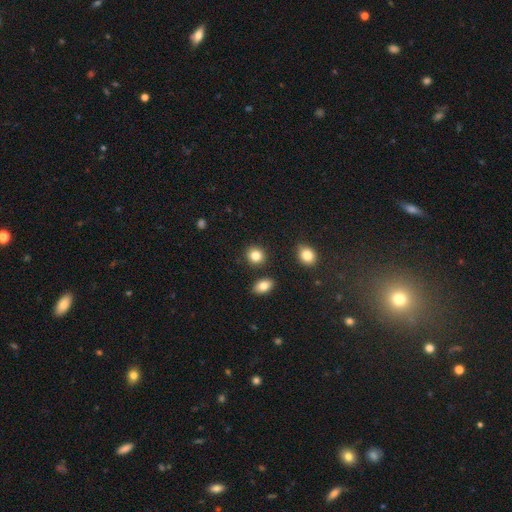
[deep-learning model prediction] This is clearly a smooth galaxy (85%). How rounded: likely round (79%). Merging: clearly none (87%).